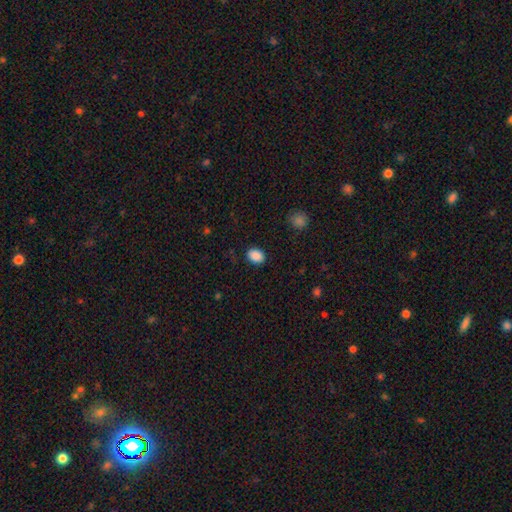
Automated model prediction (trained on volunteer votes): Smooth or featured? Predicted: smooth (p=0.89). How rounded? Predicted: in between (p=0.67). Merging? Predicted: none (p=0.87).